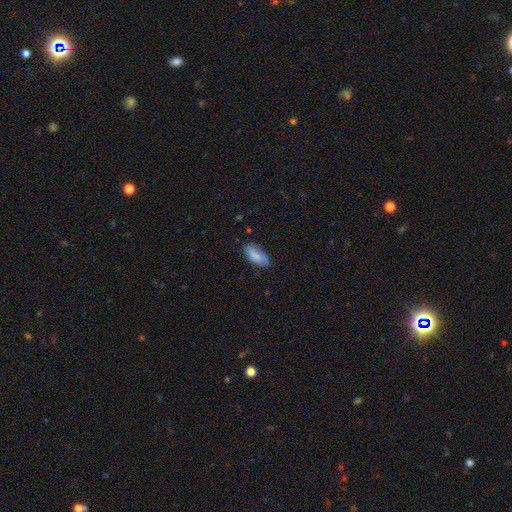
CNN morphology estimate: The model was most divided on "merging": none: 74%, minor disturbance: 21%, major disturbance: 4%, merger: 2%. More confident: how rounded — in between (86%); smooth or featured — smooth (81%).